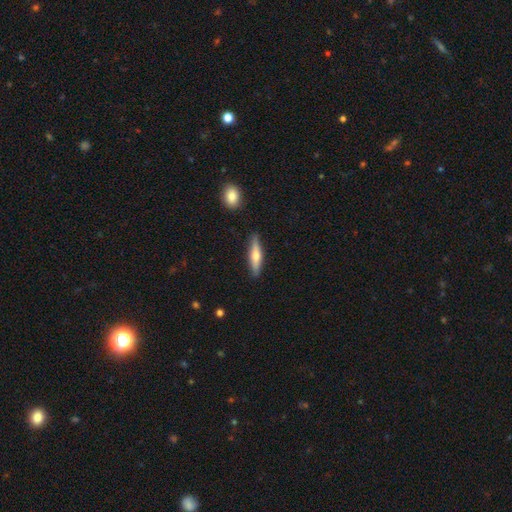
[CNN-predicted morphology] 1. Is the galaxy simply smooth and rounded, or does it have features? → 49% smooth, 46% featured or disk, 6% star or artifact.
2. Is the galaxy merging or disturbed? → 88% none, 9% minor disturbance, 2% major disturbance, 2% merger.